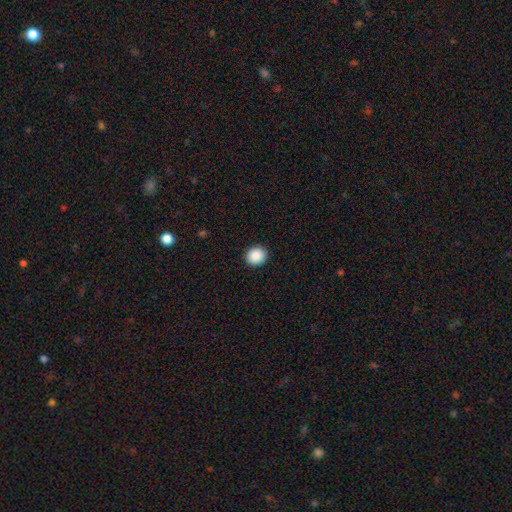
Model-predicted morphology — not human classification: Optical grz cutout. It shows a smooth galaxy with no disk features (89%) that is round (85%). Merging: none (92%).